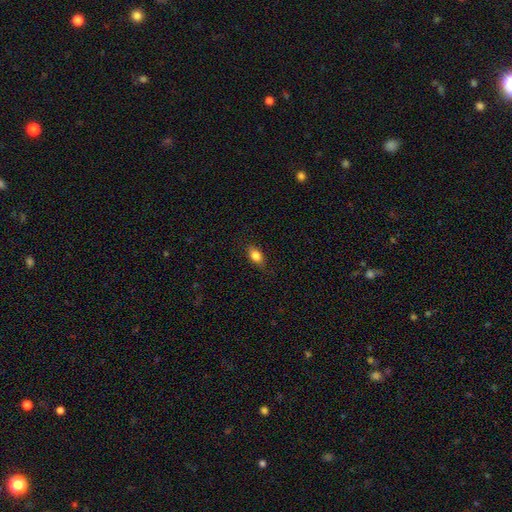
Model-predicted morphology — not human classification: smooth-or-featured: smooth: 83% | featured or disk: 9% | star or artifact: 9%
  how-rounded: in between: 81% | round: 14% | cigar-shaped: 5%
  merging: none: 82% | minor disturbance: 14% | major disturbance: 3% | merger: 1%